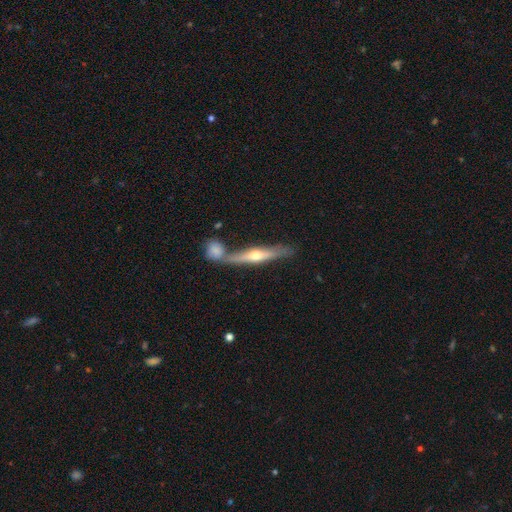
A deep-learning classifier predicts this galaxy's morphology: A featured or disk galaxy (66%) viewed edge-on (93%) with a rounded central bulge (90%).

Vote fractions:
- Smooth or featured? featured or disk: 66% / smooth: 28% / star or artifact: 6%
- Edge-on disk? yes: 93% / no: 7%
- Edge-on bulge? rounded: 90% / none: 6% / boxy: 4%
- Merging? none: 57% / merger: 29% / minor disturbance: 11% / major disturbance: 4%